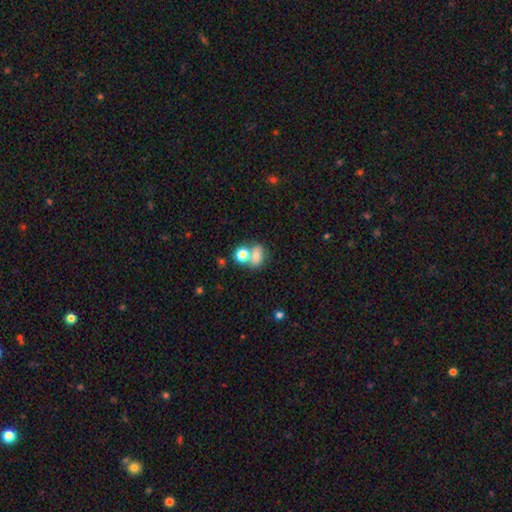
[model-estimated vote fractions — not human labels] Smooth or featured?
  - smooth: 70% *
  - featured or disk: 17%
  - star or artifact: 14%
How rounded?
  - in between: 57% *
  - round: 42%
  - cigar-shaped: 2%
Merging?
  - none: 42% *
  - merger: 41%
  - minor disturbance: 11%
  - major disturbance: 6%